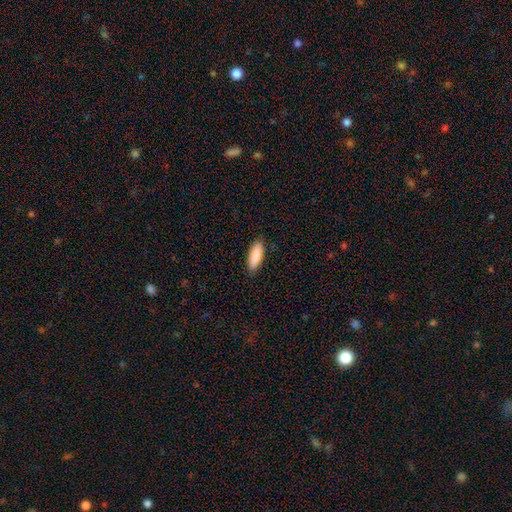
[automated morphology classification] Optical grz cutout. It shows a smooth galaxy with no disk features (88%) that is in between round and cigar-shaped (62%). Merging: none (88%).